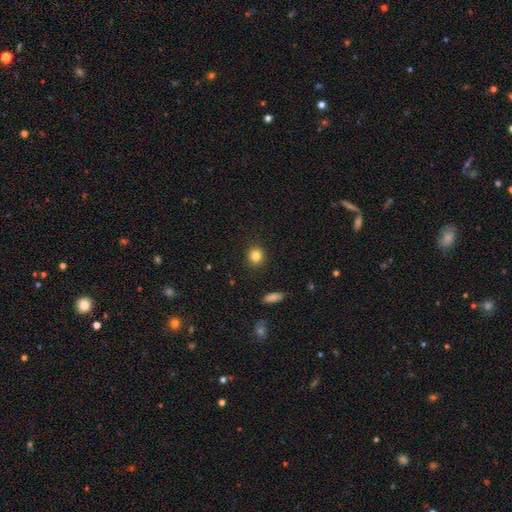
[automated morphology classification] Smooth or featured? Predicted: smooth (p=0.84). How rounded? Predicted: round (p=0.85). Merging? Predicted: none (p=0.90).